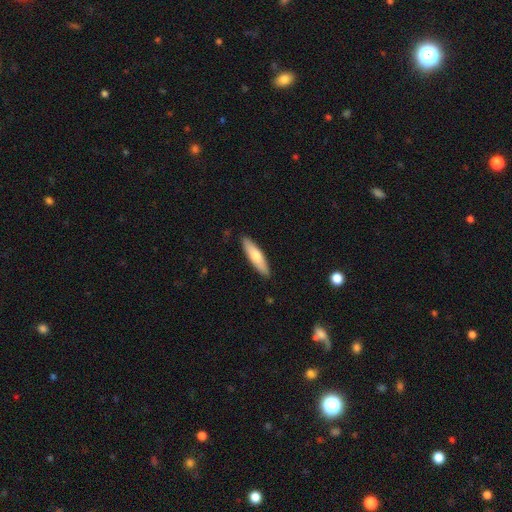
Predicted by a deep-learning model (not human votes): Q: Smooth or featured?
A: smooth (69%); runner-up: featured or disk (26%)
Q: How rounded?
A: cigar-shaped (70%); runner-up: in between (29%)
Q: Merging?
A: none (89%); runner-up: minor disturbance (9%)